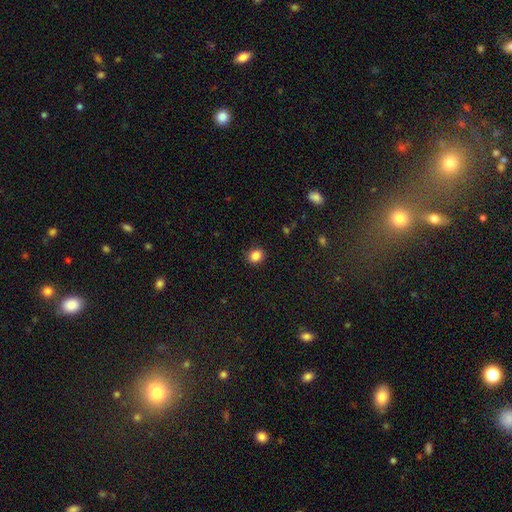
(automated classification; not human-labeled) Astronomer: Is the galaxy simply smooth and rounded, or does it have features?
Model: smooth — 85%.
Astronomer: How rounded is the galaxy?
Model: round — 72%.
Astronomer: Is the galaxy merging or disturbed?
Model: none — 88%.